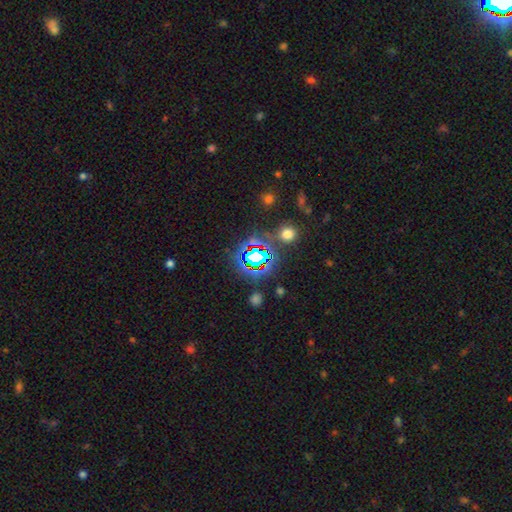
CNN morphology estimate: This is likely a star or artifact rather than a galaxy (72%).